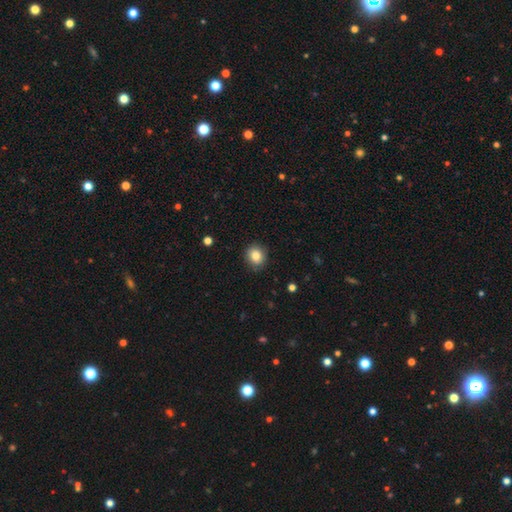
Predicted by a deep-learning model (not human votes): Smooth or featured?
  - smooth: 84% *
  - star or artifact: 10%
  - featured or disk: 7%
How rounded?
  - round: 78% *
  - in between: 21%
  - cigar-shaped: 1%
Merging?
  - none: 88% *
  - minor disturbance: 9%
  - major disturbance: 2%
  - merger: 1%